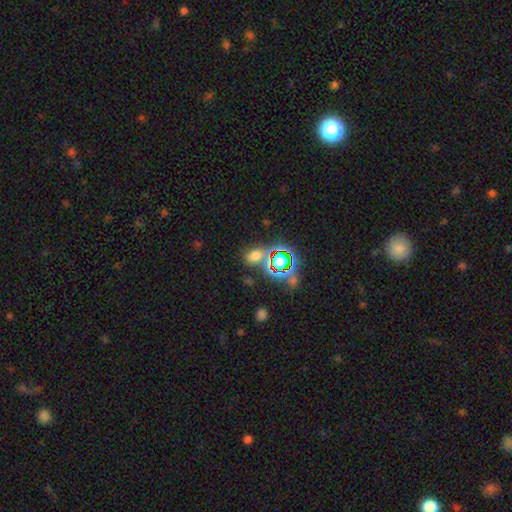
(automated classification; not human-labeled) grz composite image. It shows a smooth galaxy with no disk features (53%) that is in between round and cigar-shaped (72%). Merging: none (68%).